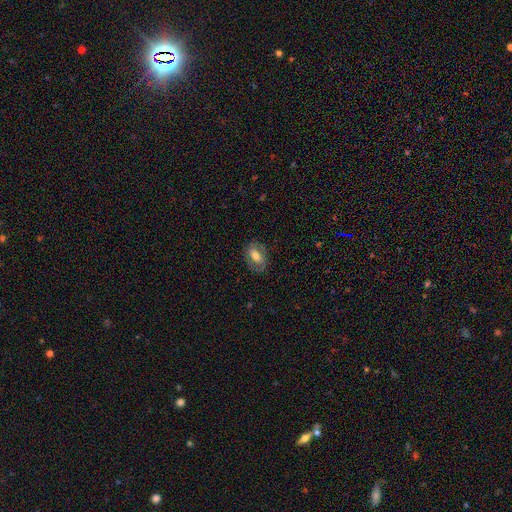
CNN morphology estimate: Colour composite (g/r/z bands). It shows a smooth galaxy with no disk features (55%) that is in between round and cigar-shaped (85%). Merging: none (78%).